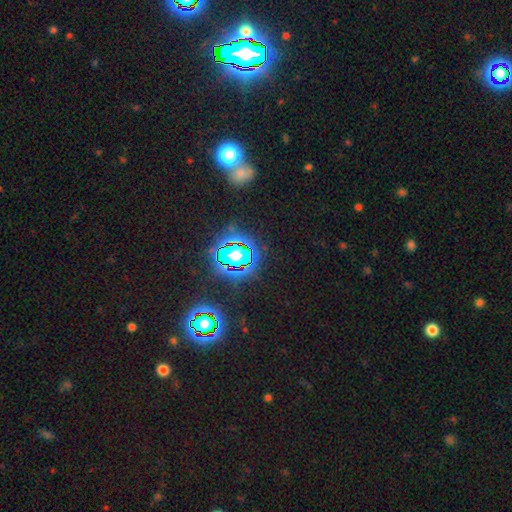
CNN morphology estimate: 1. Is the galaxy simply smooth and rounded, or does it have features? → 81% star or artifact, 12% smooth, 8% featured or disk.